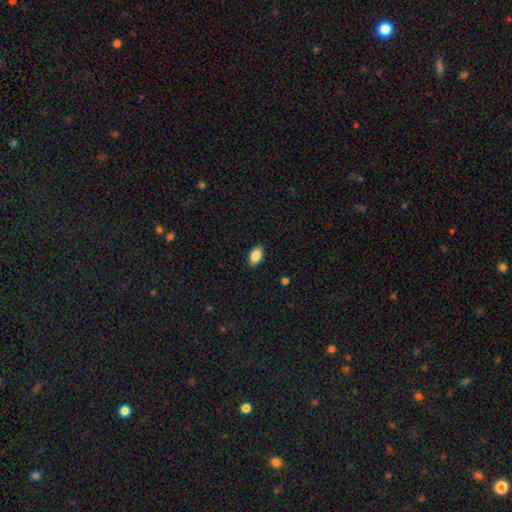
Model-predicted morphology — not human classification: Overall: smooth (87%). How rounded: in between (92%). Merging: none (88%).